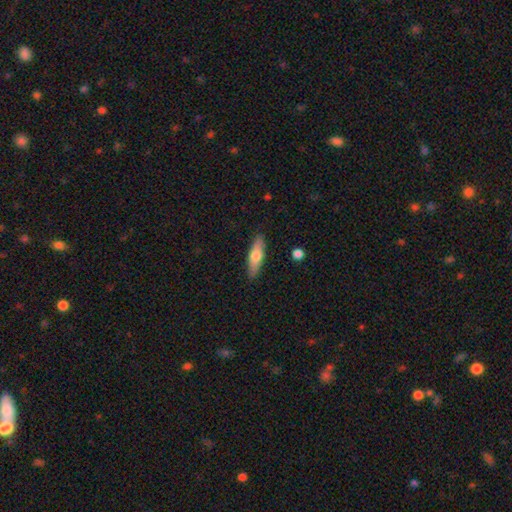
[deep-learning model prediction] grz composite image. It shows a smooth galaxy with no disk features (63%) that is cigar-shaped (54%). Merging: none (88%).